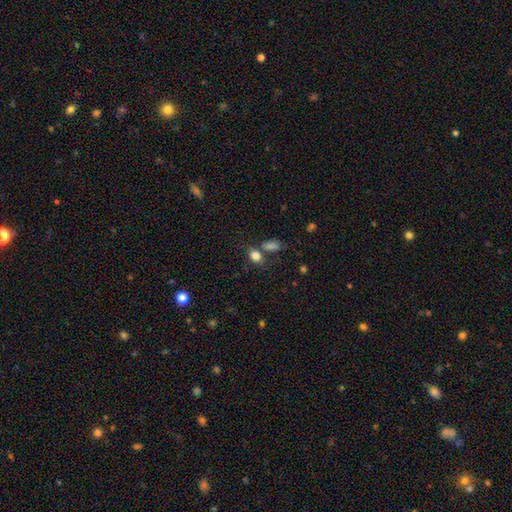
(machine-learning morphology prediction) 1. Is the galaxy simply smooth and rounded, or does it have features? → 83% smooth, 11% star or artifact, 6% featured or disk.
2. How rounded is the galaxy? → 72% in between, 26% round, 2% cigar-shaped.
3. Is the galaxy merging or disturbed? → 57% none, 23% merger, 14% minor disturbance, 6% major disturbance.